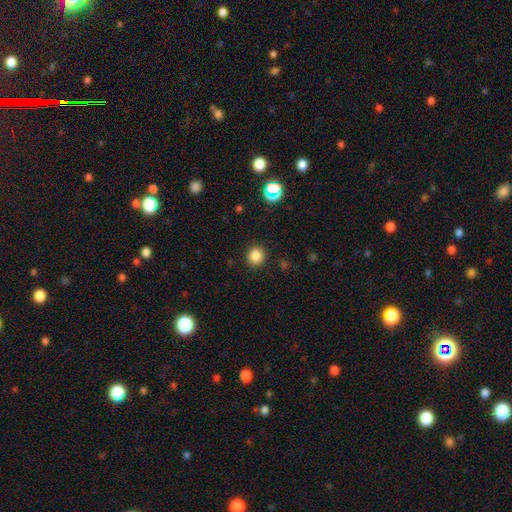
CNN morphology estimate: This is clearly a smooth galaxy (84%). How rounded: clearly round (88%). Merging: clearly none (91%).